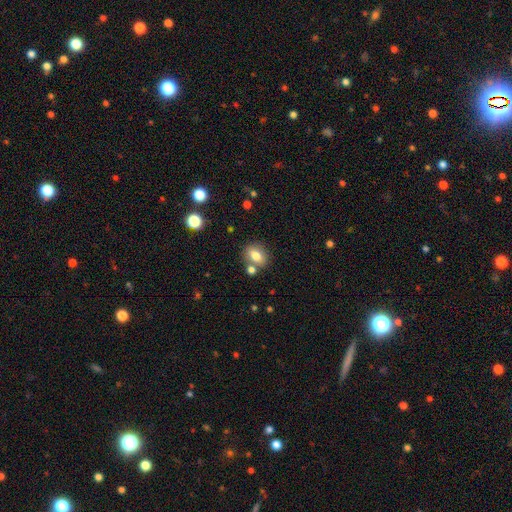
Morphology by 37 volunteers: Smooth or featured? smooth (70%)
How rounded? in between (73%)
Merging? none (74%)